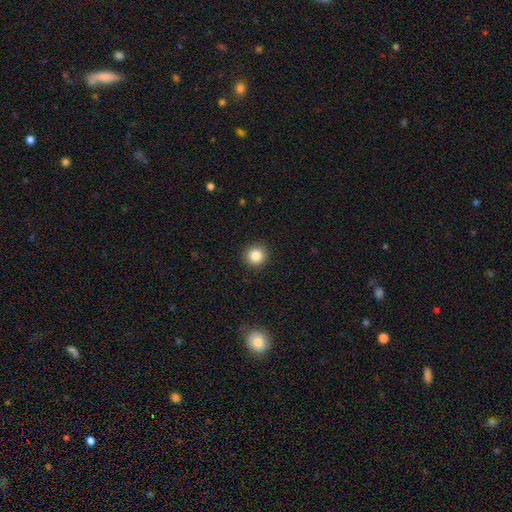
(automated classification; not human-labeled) Smooth or featured? smooth (85%)
How rounded? round (94%)
Merging? none (92%)